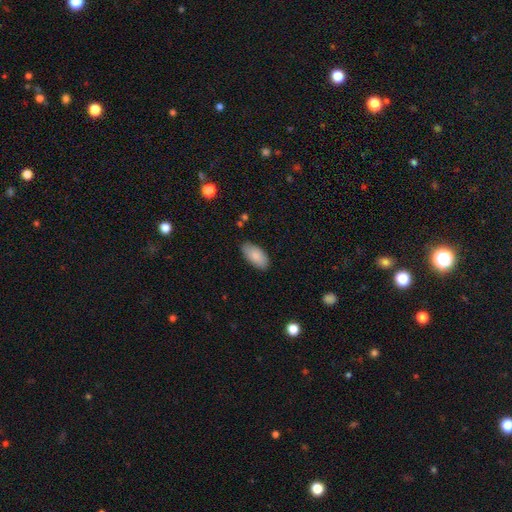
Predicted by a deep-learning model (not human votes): A smooth galaxy with no disk features (86%) that is in between round and cigar-shaped (94%).

Vote fractions:
- Smooth or featured? smooth: 86% / featured or disk: 8% / star or artifact: 6%
- How rounded? in between: 94% / cigar-shaped: 4% / round: 2%
- Merging? none: 83% / minor disturbance: 13% / major disturbance: 2% / merger: 1%